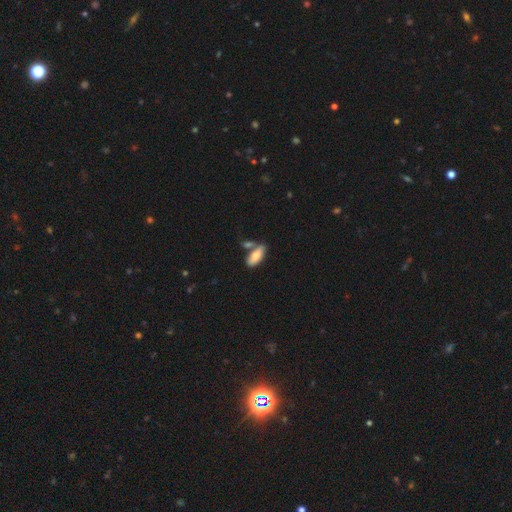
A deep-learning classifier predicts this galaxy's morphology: smooth_or_featured: smooth (p=0.79) [alt: featured or disk p=0.15]
how_rounded: in between (p=0.79) [alt: cigar-shaped p=0.18]
merging: none (p=0.53) [alt: merger p=0.28]